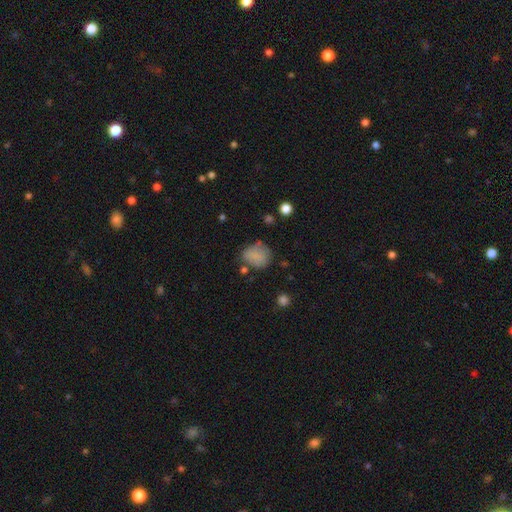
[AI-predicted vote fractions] Q: Smooth or featured?
A: smooth (79%); runner-up: star or artifact (11%)
Q: How rounded?
A: round (62%); runner-up: in between (37%)
Q: Merging?
A: none (58%); runner-up: minor disturbance (25%)